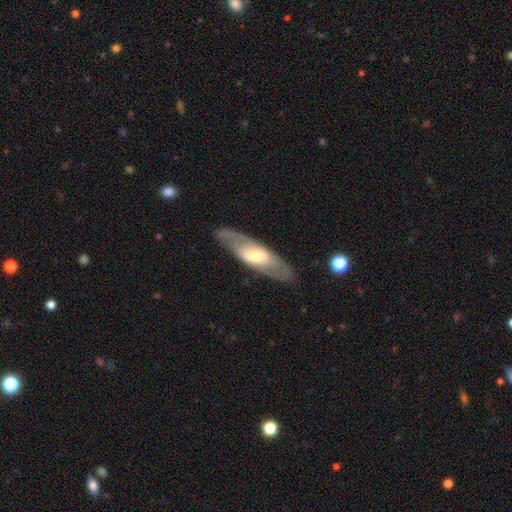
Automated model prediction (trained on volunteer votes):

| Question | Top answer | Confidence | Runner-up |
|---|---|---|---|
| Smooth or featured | featured or disk | 62% | smooth (33%) |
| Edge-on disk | no | 70% | yes (30%) |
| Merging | none | 80% | minor disturbance (13%) |